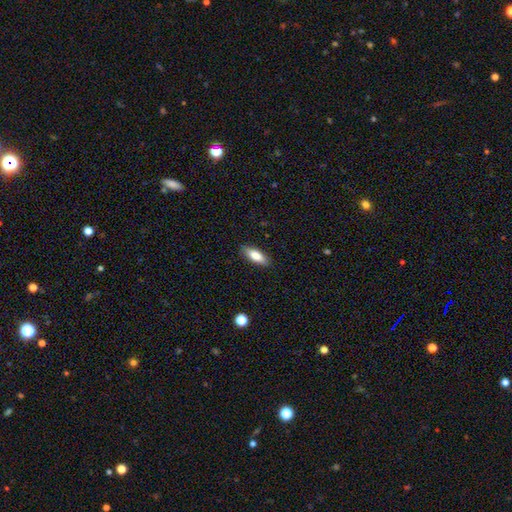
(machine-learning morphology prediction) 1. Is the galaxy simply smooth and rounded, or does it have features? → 80% smooth, 13% featured or disk, 6% star or artifact.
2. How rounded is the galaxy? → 68% in between, 30% cigar-shaped, 2% round.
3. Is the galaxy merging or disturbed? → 88% none, 9% minor disturbance, 2% major disturbance, 1% merger.